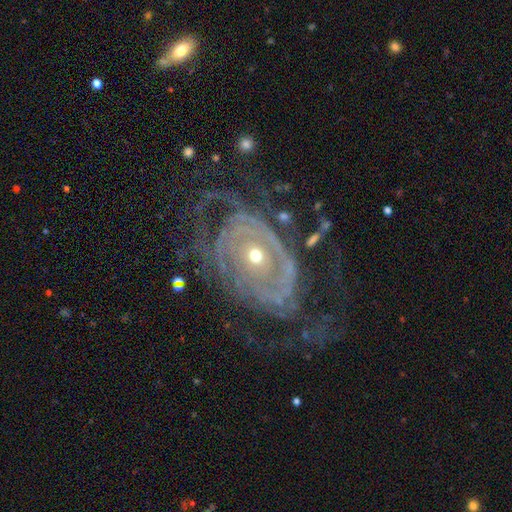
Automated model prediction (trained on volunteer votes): The model was most divided on "spiral arm count": can't tell: 35%, 2: 23%, 3: 15%, 4: 10%, more than 4: 9%, 1: 7%. More confident: edge-on disk — no (95%); spiral arms — yes (89%); smooth or featured — featured or disk (87%); bar — no (77%); spiral winding — tight (68%); bulge size — small (58%); merging — none (57%).